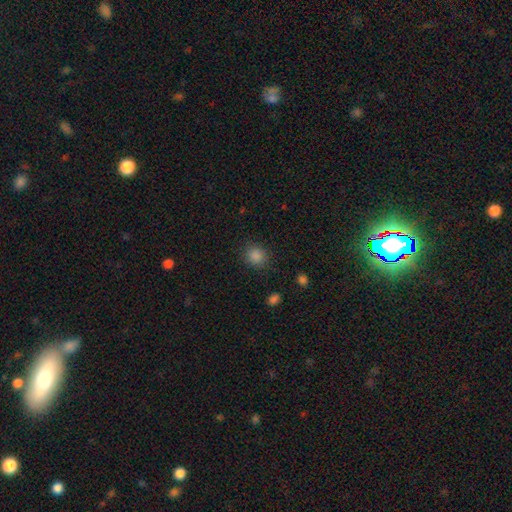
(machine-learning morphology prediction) A smooth galaxy with no disk features (85%) that is round (85%).

Vote fractions:
- Smooth or featured? smooth: 85% / star or artifact: 12% / featured or disk: 3%
- How rounded? round: 85% / in between: 14% / cigar-shaped: 1%
- Merging? none: 88% / minor disturbance: 8% / major disturbance: 3% / merger: 1%